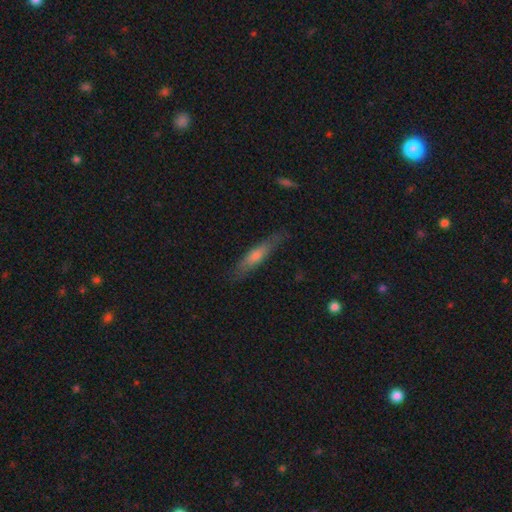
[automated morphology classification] A smooth galaxy with no disk features (55%) that is cigar-shaped (85%). Merging: none (81%).